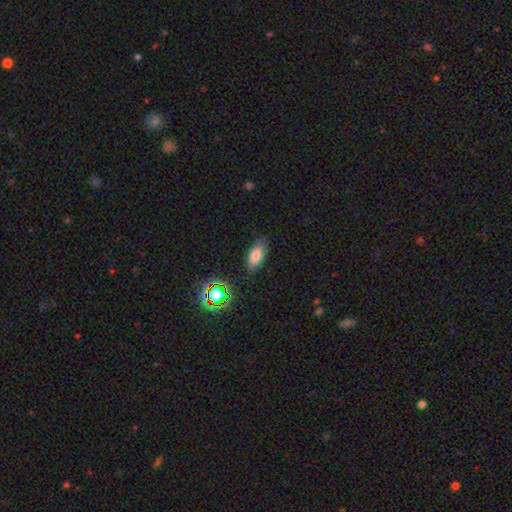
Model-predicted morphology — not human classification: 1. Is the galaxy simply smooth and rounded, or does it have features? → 78% smooth, 12% star or artifact, 9% featured or disk.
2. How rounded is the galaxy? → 86% in between, 10% cigar-shaped, 4% round.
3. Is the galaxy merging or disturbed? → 83% none, 13% minor disturbance, 3% major disturbance, 2% merger.